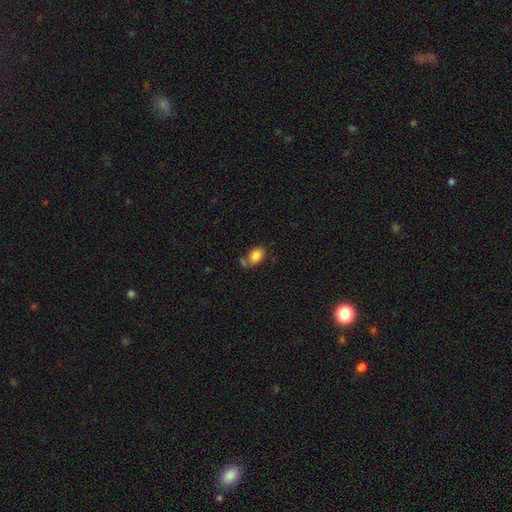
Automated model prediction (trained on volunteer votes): A smooth galaxy with no disk features (84%) that is in between round and cigar-shaped (81%). Merging: none (58%).